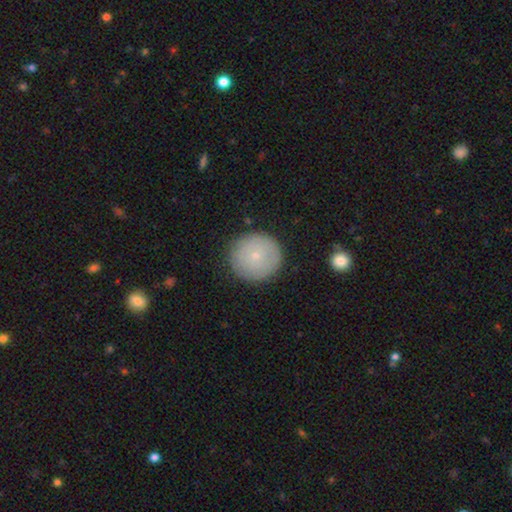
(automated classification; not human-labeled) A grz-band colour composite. It shows a smooth galaxy with no disk features (69%) that is round (94%). Merging: none (87%).